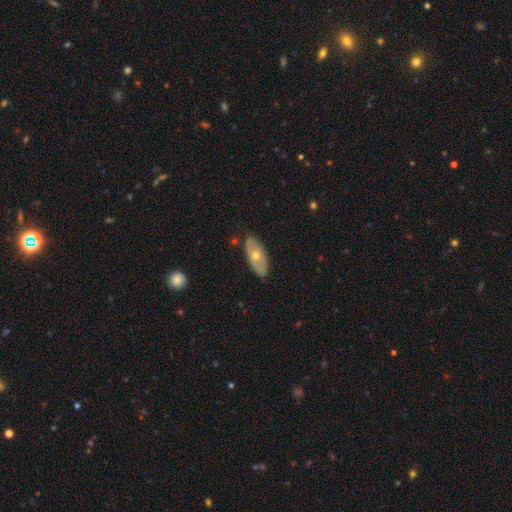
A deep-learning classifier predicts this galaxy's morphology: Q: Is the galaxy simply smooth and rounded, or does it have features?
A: featured or disk — 52%.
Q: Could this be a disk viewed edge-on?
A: no — 75%.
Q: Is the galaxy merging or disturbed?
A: none — 82%.